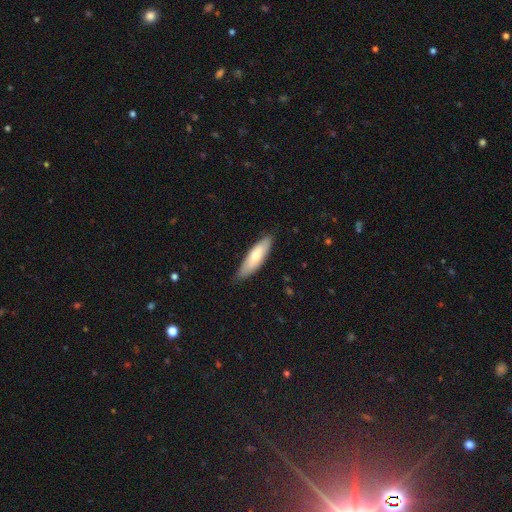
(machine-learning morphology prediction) Smooth or featured: smooth — 68% (featured or disk — 27%)
How rounded: cigar-shaped — 52% (in between — 46%)
Merging: none — 81% (minor disturbance — 15%)